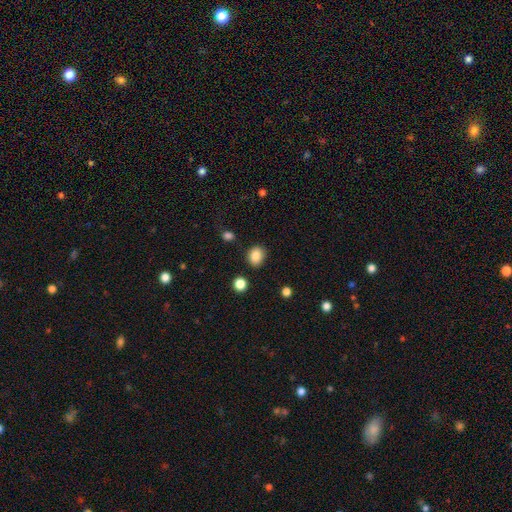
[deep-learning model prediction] Smooth or featured? Predicted: smooth (p=0.86). How rounded? Predicted: round (p=0.63). Merging? Predicted: none (p=0.84).